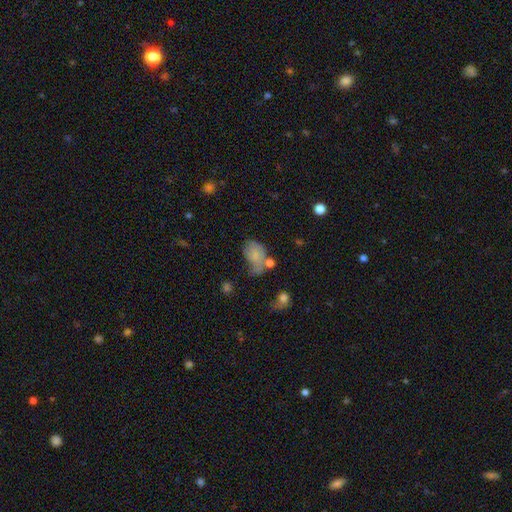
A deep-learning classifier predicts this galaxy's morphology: smooth 70%, featured or disk 19%, star or artifact 11%. Down the decision tree: how rounded — in between (81%); merging — none (30%, tied with minor disturbance).